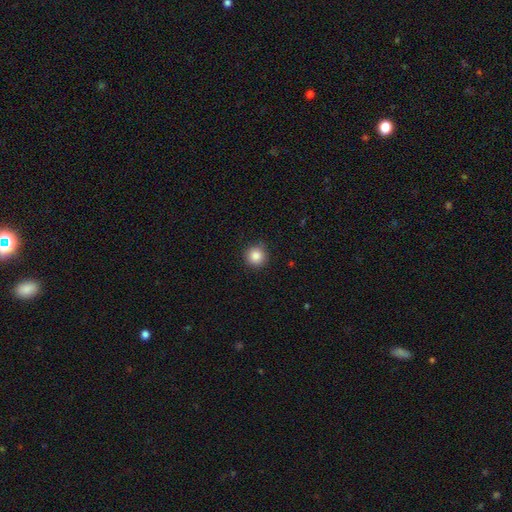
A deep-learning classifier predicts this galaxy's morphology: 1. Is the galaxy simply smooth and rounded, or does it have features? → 86% smooth, 10% star or artifact, 4% featured or disk.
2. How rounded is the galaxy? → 95% round, 4% in between, 1% cigar-shaped.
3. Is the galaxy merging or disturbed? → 88% none, 9% minor disturbance, 2% major disturbance, 1% merger.